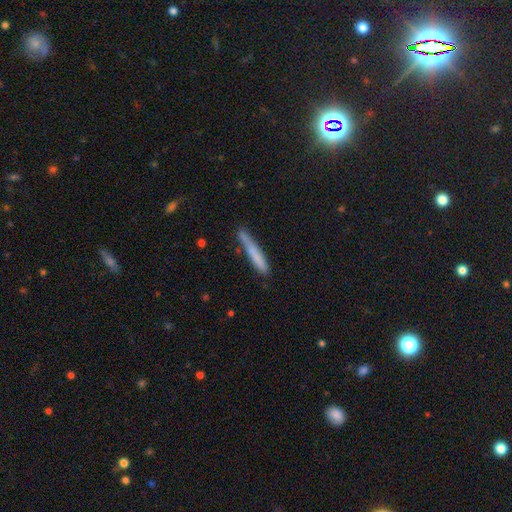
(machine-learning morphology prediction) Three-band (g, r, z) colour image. It shows a smooth galaxy with no disk features (73%) that is cigar-shaped (95%). Merging: none (70%).